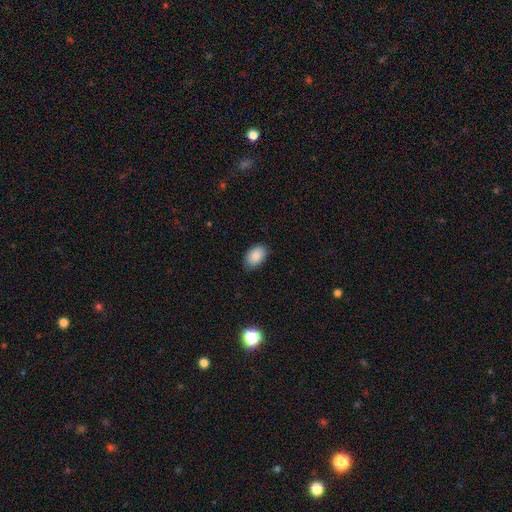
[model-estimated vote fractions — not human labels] Q: Smooth or featured?
A: smooth (88%); runner-up: star or artifact (7%)
Q: How rounded?
A: in between (90%); runner-up: round (9%)
Q: Merging?
A: none (81%); runner-up: minor disturbance (15%)